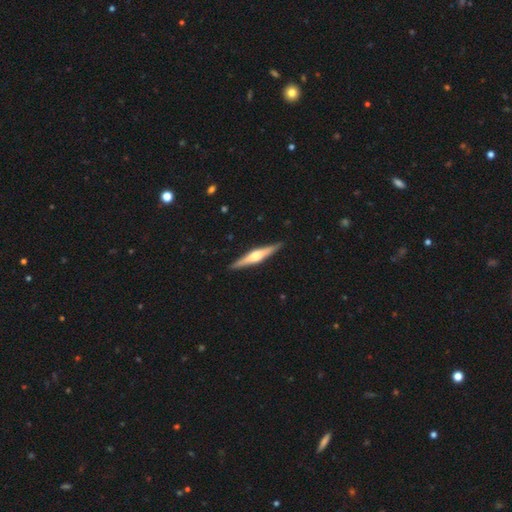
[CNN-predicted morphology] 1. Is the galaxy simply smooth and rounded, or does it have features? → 72% featured or disk, 23% smooth, 5% star or artifact.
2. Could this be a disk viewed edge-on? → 98% yes, 2% no.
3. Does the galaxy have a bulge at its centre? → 86% rounded, 10% boxy, 4% none.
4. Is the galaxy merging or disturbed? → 91% none, 7% minor disturbance, 1% major disturbance, 1% merger.